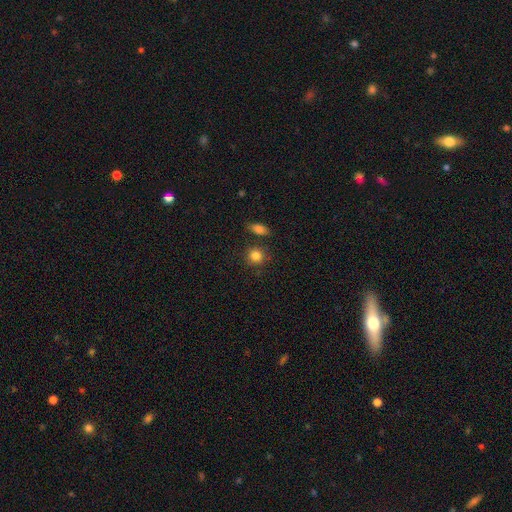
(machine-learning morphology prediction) type=smooth (84%); roundness=round (82%); merging=none (76%).